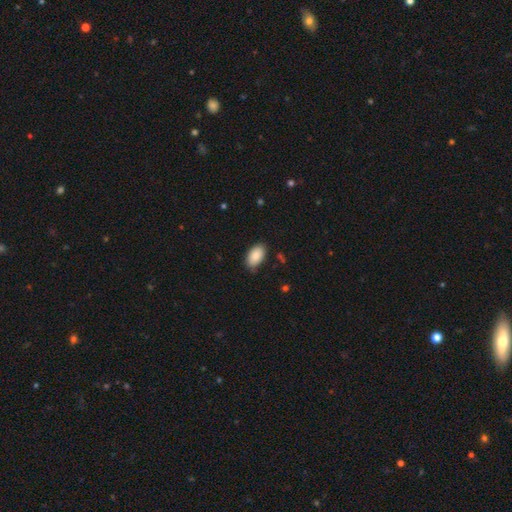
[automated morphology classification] smooth_or_featured: smooth (p=0.87) [alt: star or artifact p=0.07]
how_rounded: in between (p=0.94) [alt: round p=0.04]
merging: none (p=0.81) [alt: minor disturbance p=0.15]